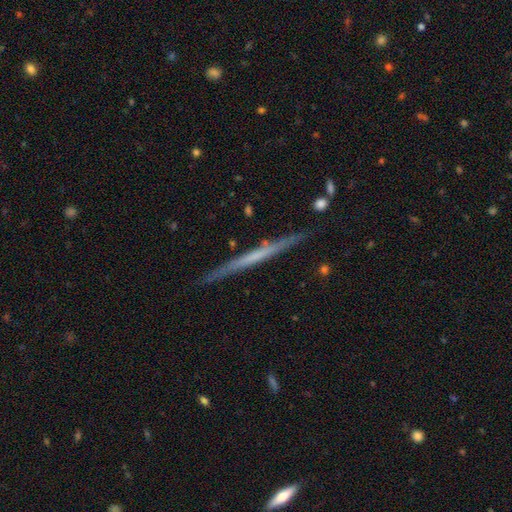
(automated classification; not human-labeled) Morphology: type=featured or disk (59%); edge-on=yes (97%); edge-on bulge=none (86%); merging=none (88%).